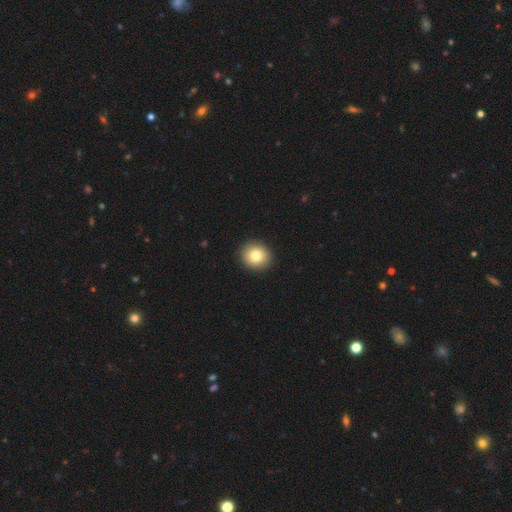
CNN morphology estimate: This is clearly a smooth galaxy (82%). How rounded: clearly round (90%). Merging: clearly none (92%).